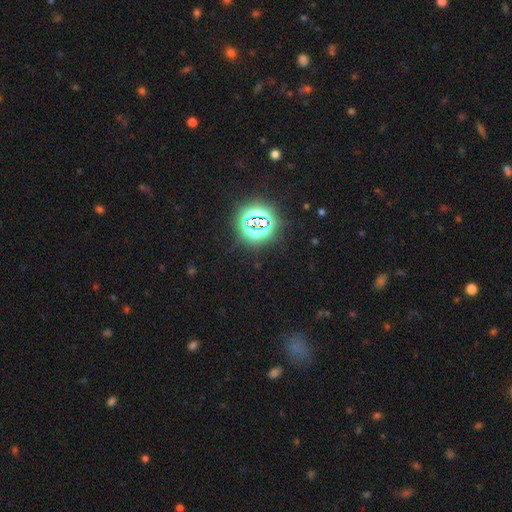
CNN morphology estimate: Smooth or featured? Predicted: star or artifact (p=0.76).